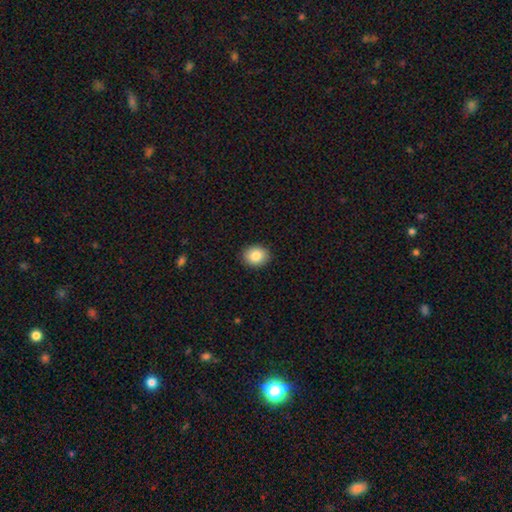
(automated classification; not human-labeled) Overall: smooth (85%). How rounded: round (56%; in between 43%). Merging: none (91%).